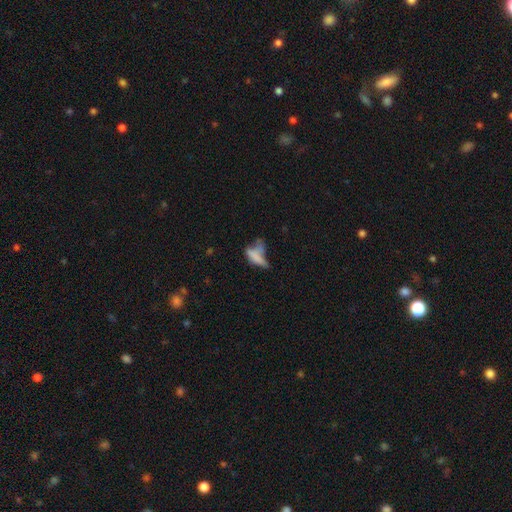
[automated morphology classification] Smooth or featured: smooth — 57% (featured or disk — 29%)
How rounded: in between — 54% (cigar-shaped — 40%)
Merging: none — 29% (major disturbance — 27%)